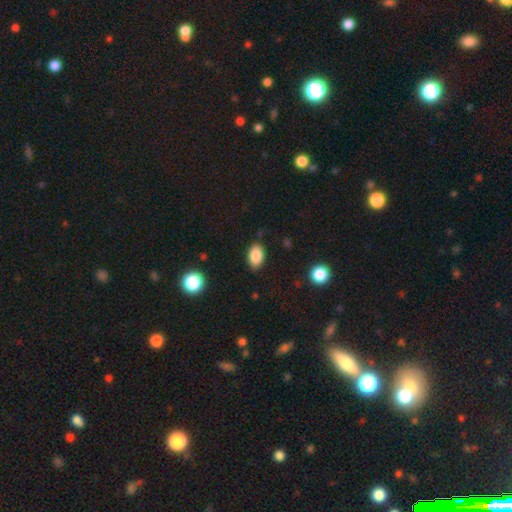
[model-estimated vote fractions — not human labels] Smooth or featured? Predicted: smooth (p=0.87). How rounded? Predicted: in between (p=0.91). Merging? Predicted: none (p=0.85).